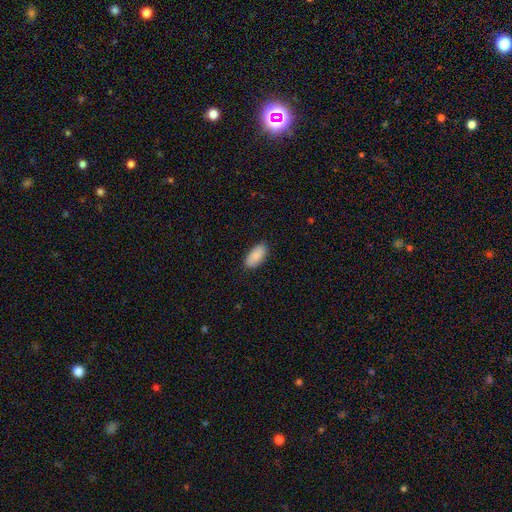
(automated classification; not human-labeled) The model was most divided on "merging": none: 88%, minor disturbance: 9%, major disturbance: 2%, merger: 1%. More confident: how rounded — in between (93%); smooth or featured — smooth (88%).